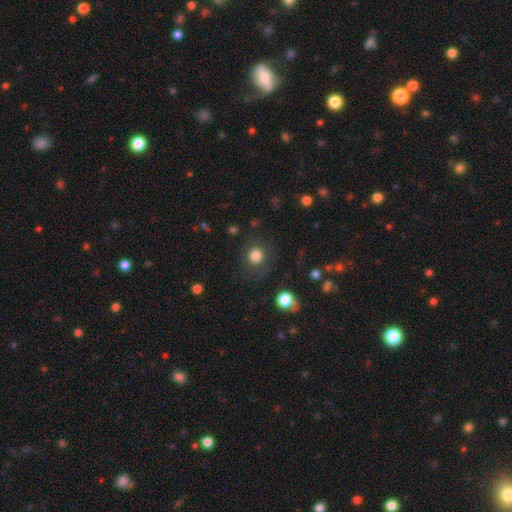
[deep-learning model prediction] Q: Smooth or featured?
A: smooth (81%); runner-up: star or artifact (12%)
Q: How rounded?
A: round (90%); runner-up: in between (9%)
Q: Merging?
A: none (81%); runner-up: minor disturbance (11%)